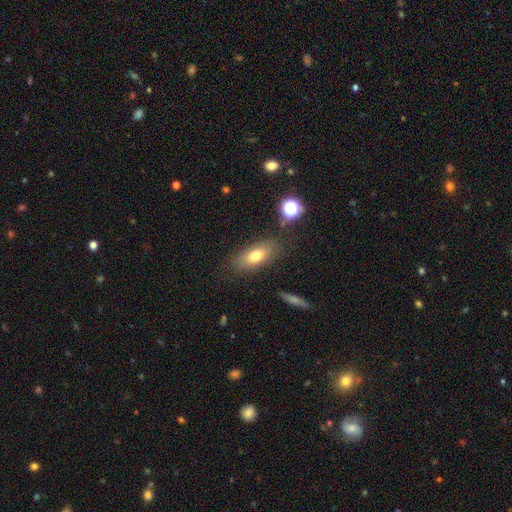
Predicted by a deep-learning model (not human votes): A smooth galaxy with no disk features (73%) that is in between round and cigar-shaped (83%).

Vote fractions:
- Smooth or featured? smooth: 73% / featured or disk: 18% / star or artifact: 10%
- How rounded? in between: 83% / cigar-shaped: 12% / round: 5%
- Merging? none: 78% / minor disturbance: 14% / major disturbance: 5% / merger: 3%